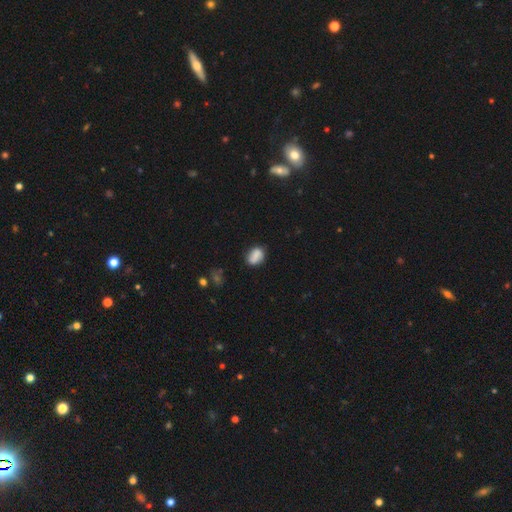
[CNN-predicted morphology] A smooth galaxy with no disk features (77%) that is in between round and cigar-shaped (72%).

Vote fractions:
- Smooth or featured? smooth: 77% / featured or disk: 14% / star or artifact: 9%
- How rounded? in between: 72% / round: 26% / cigar-shaped: 2%
- Merging? none: 66% / minor disturbance: 21% / merger: 7% / major disturbance: 5%